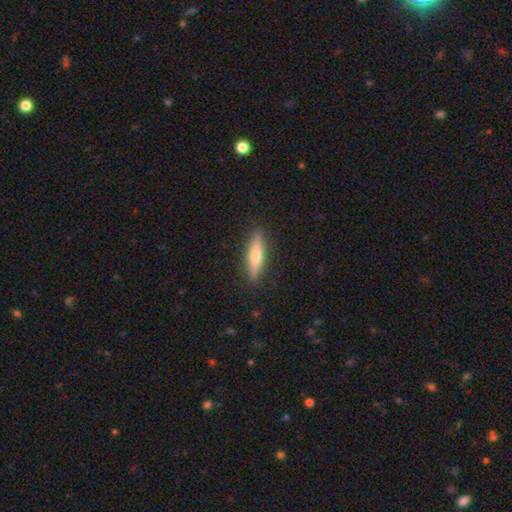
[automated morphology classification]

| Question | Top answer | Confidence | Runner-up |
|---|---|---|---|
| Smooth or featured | smooth | 59% | featured or disk (35%) |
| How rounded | cigar-shaped | 78% | in between (20%) |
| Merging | none | 89% | minor disturbance (8%) |